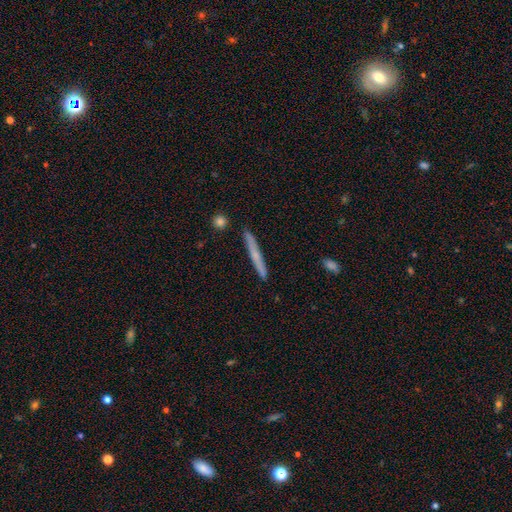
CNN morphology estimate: Smooth or featured: smooth — 49% (featured or disk — 45%)
Merging: none — 90% (minor disturbance — 7%)